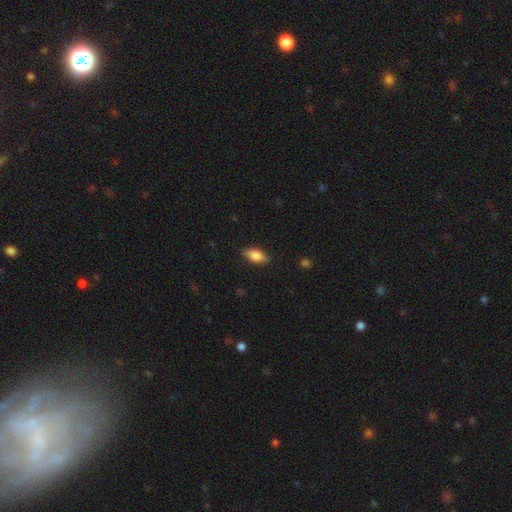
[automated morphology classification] Overall: smooth (81%). How rounded: in between (87%). Merging: none (86%).